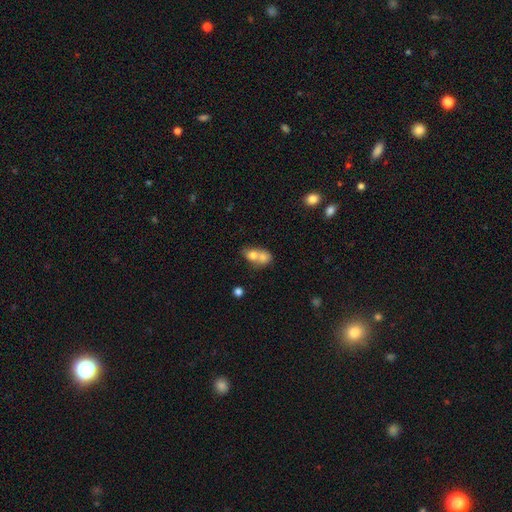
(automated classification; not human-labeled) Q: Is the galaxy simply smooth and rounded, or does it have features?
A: smooth — 72%.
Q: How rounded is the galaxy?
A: in between — 51%.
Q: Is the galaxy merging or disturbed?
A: merger — 73%.